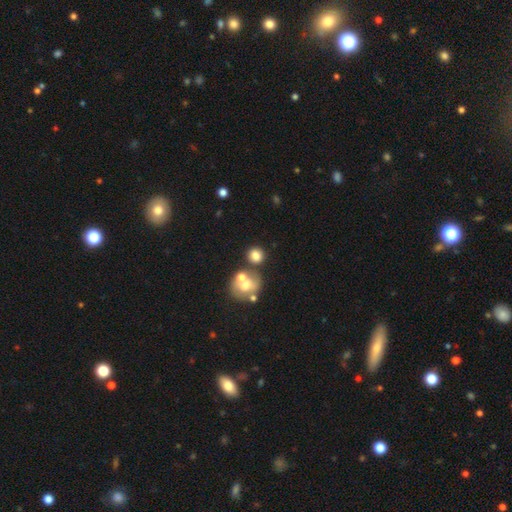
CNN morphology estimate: Smooth or featured: smooth — 77% (featured or disk — 12%)
How rounded: round — 84% (in between — 15%)
Merging: none — 62% (merger — 23%)